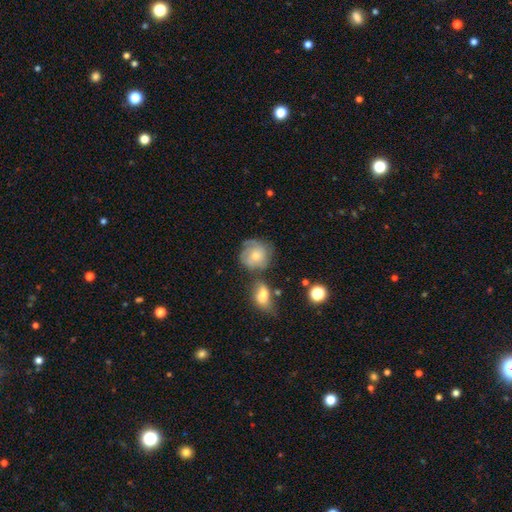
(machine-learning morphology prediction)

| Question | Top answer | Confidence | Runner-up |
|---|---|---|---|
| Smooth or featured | smooth | 49% | featured or disk (43%) |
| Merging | none | 50% | minor disturbance (22%) |